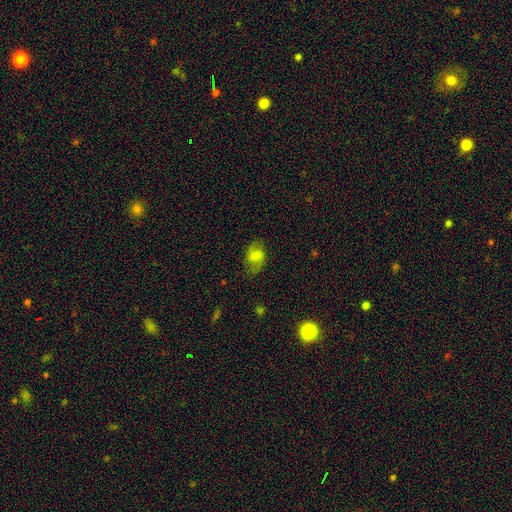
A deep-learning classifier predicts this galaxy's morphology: Smooth or featured? smooth (60%)
How rounded? in between (77%)
Merging? none (71%)